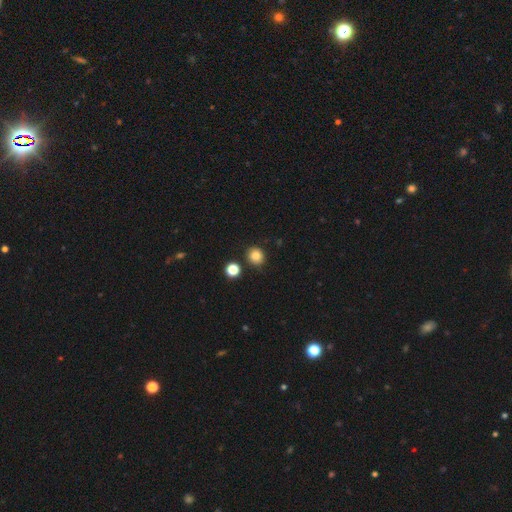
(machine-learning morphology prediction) A smooth galaxy with no disk features (83%) that is round (86%). Merging: none (86%).